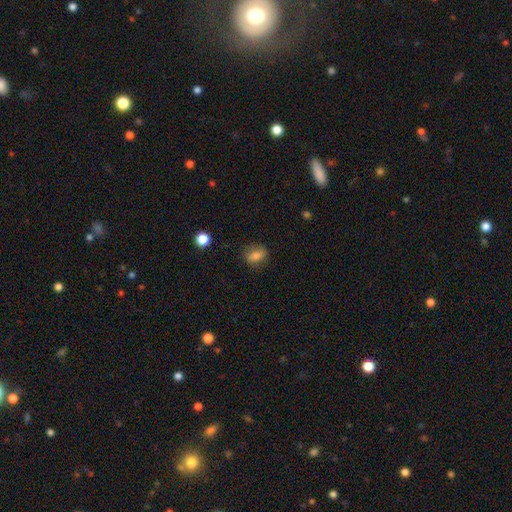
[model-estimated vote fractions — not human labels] Smooth or featured? Predicted: smooth (p=0.75). How rounded? Predicted: in between (p=0.58). Merging? Predicted: none (p=0.77).